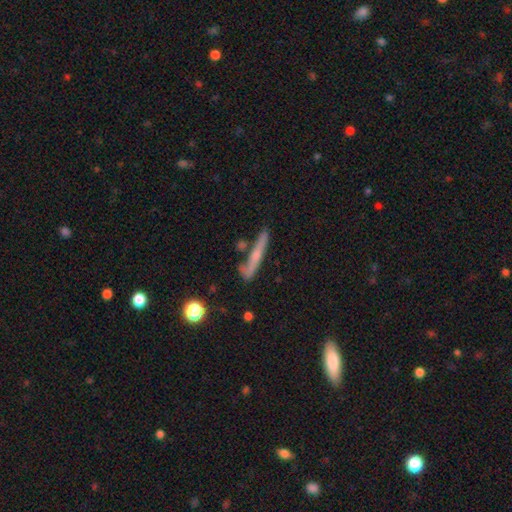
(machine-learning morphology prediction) Overall: featured or disk (48%; smooth 43%). Merging: none (67%).